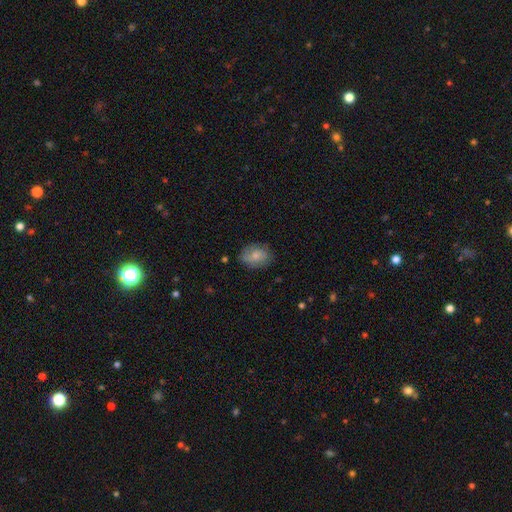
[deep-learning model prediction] Smooth or featured: smooth — 66% (featured or disk — 26%)
How rounded: in between — 70% (round — 29%)
Merging: none — 75% (minor disturbance — 19%)